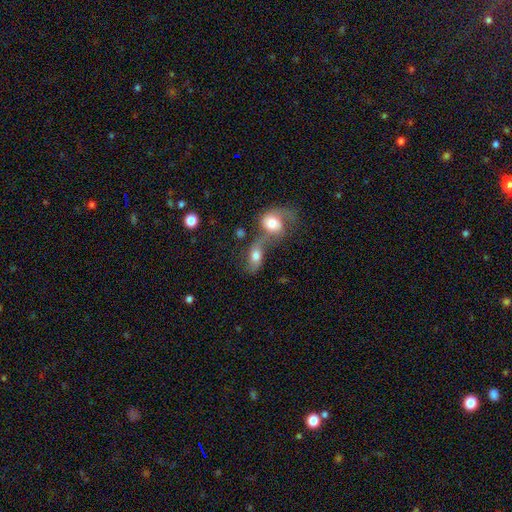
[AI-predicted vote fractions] smooth 61%, featured or disk 29%, star or artifact 10%. Down the decision tree: how rounded — in between (77%); merging — merger (64%).